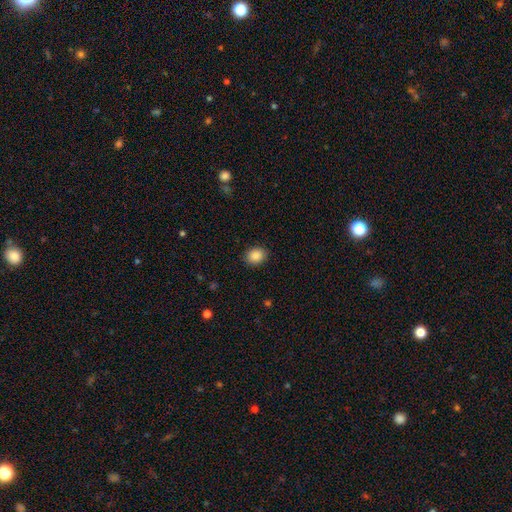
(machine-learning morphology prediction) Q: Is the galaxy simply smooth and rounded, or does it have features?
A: smooth — 88%.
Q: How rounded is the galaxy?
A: in between — 50%.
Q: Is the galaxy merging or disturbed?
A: none — 89%.